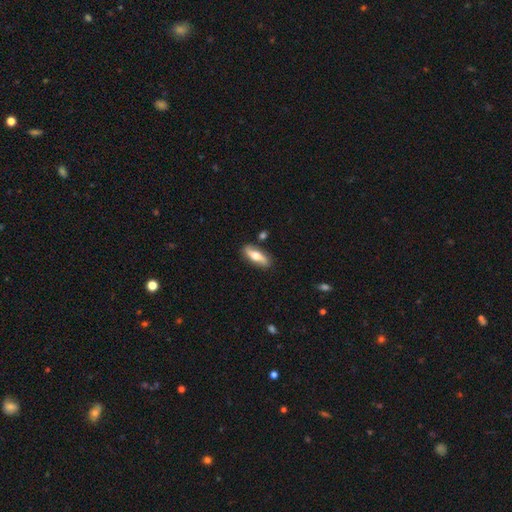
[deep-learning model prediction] smooth-or-featured: smooth: 48% | featured or disk: 46% | star or artifact: 6%
  merging: none: 80% | minor disturbance: 13% | merger: 4% | major disturbance: 3%